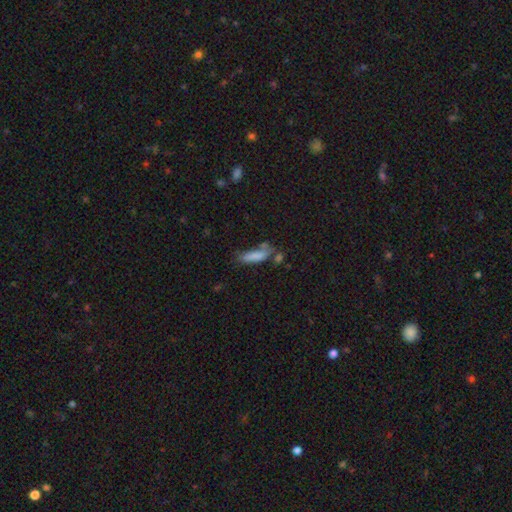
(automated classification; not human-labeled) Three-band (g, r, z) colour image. It shows a smooth galaxy with no disk features (79%) that is cigar-shaped (57%). Merging: none (49%).